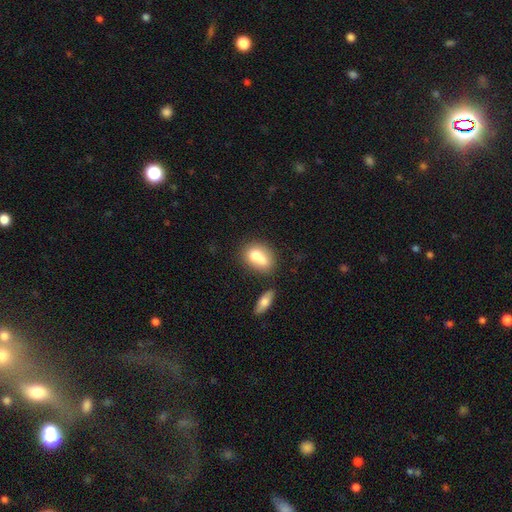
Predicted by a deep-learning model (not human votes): Morphology: type=smooth (71%); roundness=in between (70%); merging=merger (45%).